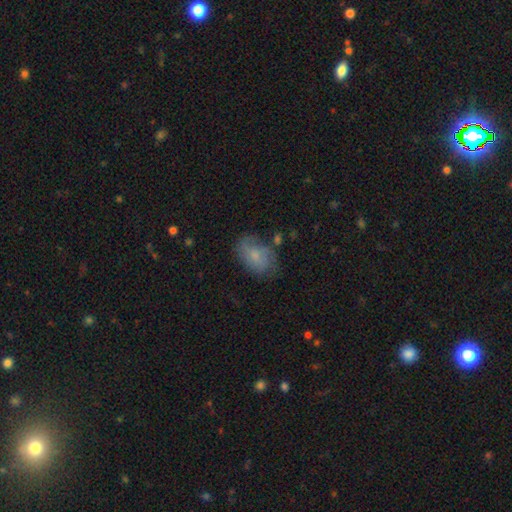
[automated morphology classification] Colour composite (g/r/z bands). It shows a smooth galaxy with no disk features (60%) that is in between round and cigar-shaped (83%). Merging: none (58%).